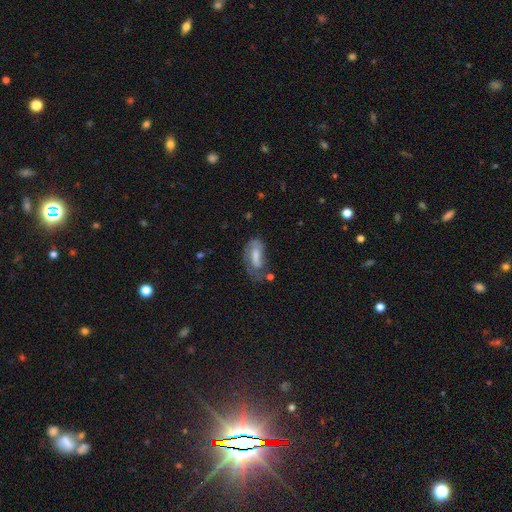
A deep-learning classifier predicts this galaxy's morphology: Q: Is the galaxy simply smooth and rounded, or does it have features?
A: smooth — 50%.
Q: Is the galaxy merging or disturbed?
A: none — 34%.